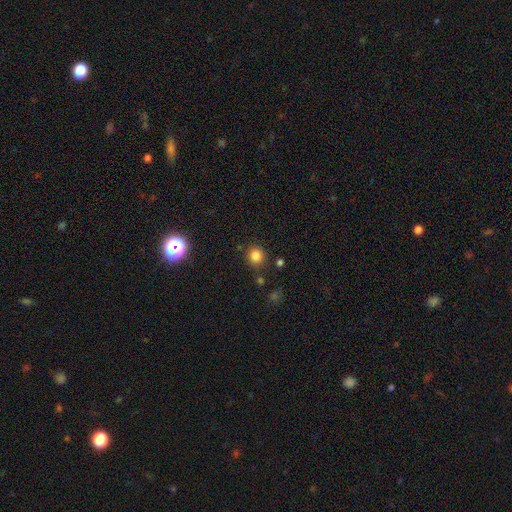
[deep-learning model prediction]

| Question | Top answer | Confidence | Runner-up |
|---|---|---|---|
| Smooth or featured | smooth | 82% | star or artifact (13%) |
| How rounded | round | 91% | in between (8%) |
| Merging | none | 84% | minor disturbance (8%) |